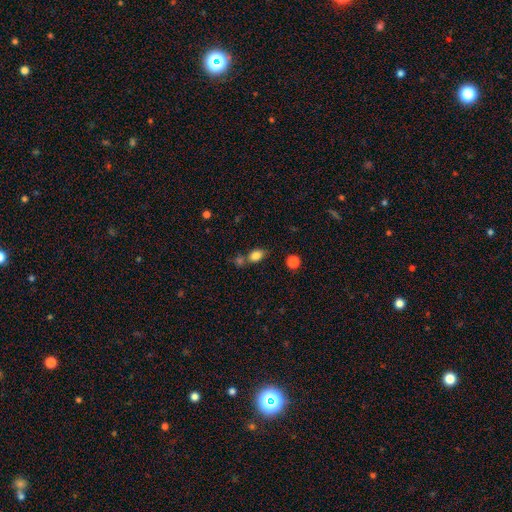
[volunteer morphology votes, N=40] Q: Smooth or featured?
A: smooth (85%); runner-up: featured or disk (10%)
Q: How rounded?
A: in between (79%); runner-up: round (18%)
Q: Merging?
A: none (55%); runner-up: minor disturbance (18%)